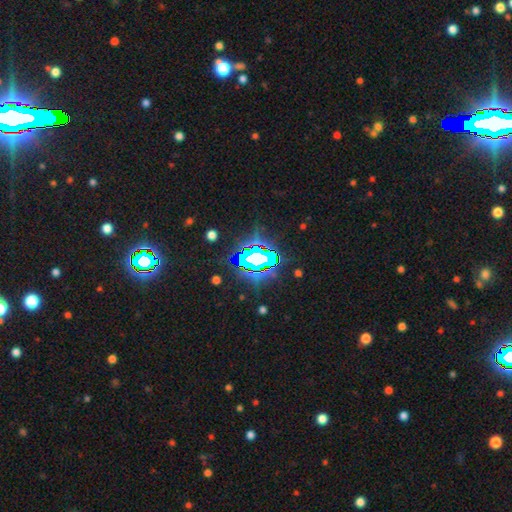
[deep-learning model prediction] Smooth or featured?
  - star or artifact: 73% *
  - smooth: 14%
  - featured or disk: 13%